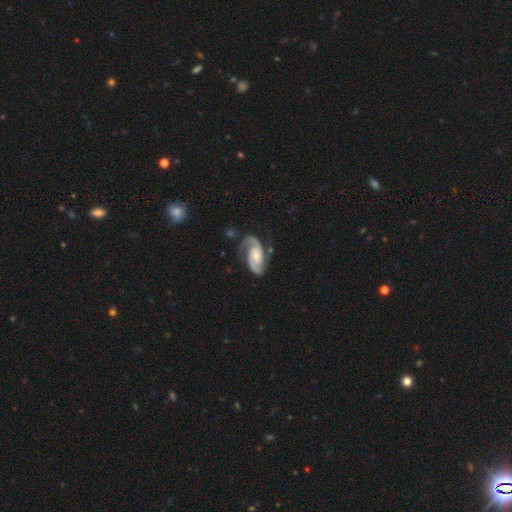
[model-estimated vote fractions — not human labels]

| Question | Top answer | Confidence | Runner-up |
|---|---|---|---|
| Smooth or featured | featured or disk | 89% | smooth (7%) |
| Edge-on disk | no | 97% | yes (3%) |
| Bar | no | 61% | weak (30%) |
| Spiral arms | yes | 98% | no (2%) |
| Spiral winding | medium | 48% | tight (35%) |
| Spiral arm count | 2 | 91% | 1 (4%) |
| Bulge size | small | 43% | moderate (40%) |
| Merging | none | 69% | minor disturbance (19%) |